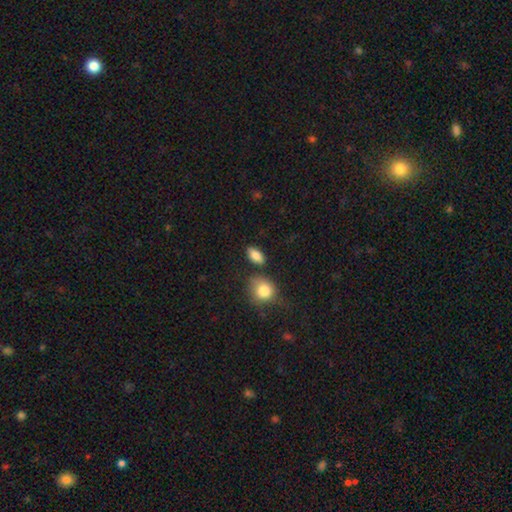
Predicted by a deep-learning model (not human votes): Smooth or featured: smooth — 87% (star or artifact — 8%)
How rounded: in between — 87% (round — 9%)
Merging: none — 76% (minor disturbance — 13%)